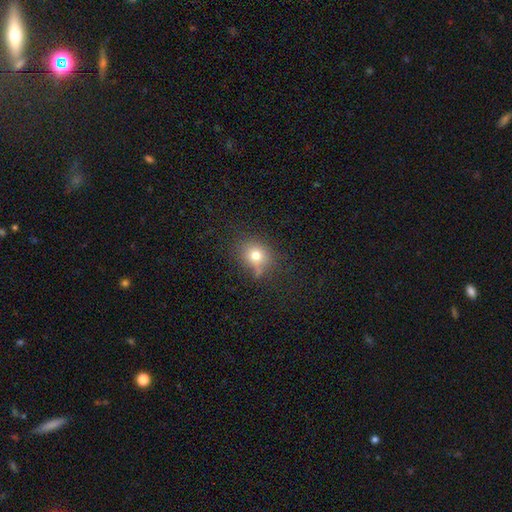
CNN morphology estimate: smooth_or_featured: smooth (p=0.73) [alt: star or artifact p=0.15]
how_rounded: round (p=0.64) [alt: in between p=0.34]
merging: none (p=0.66) [alt: minor disturbance p=0.20]